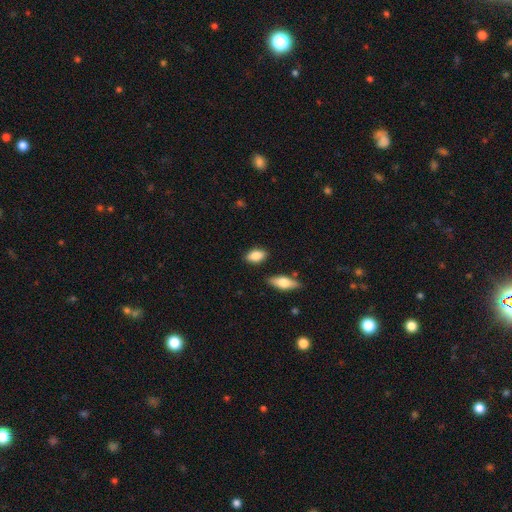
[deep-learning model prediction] Overall: smooth (85%). How rounded: in between (89%). Merging: none (84%).